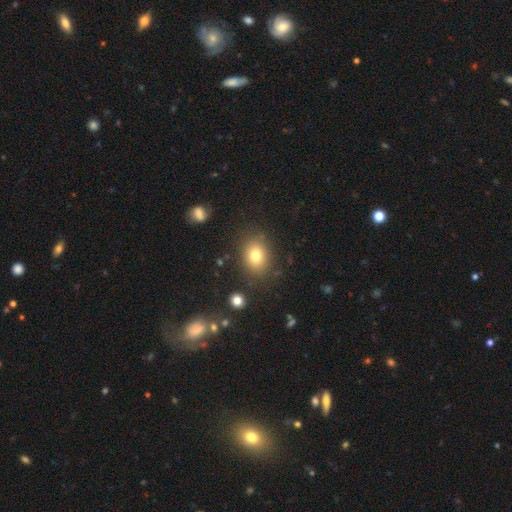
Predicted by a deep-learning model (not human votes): Overall: smooth (77%). How rounded: in between (52%; round 47%). Merging: none (83%).